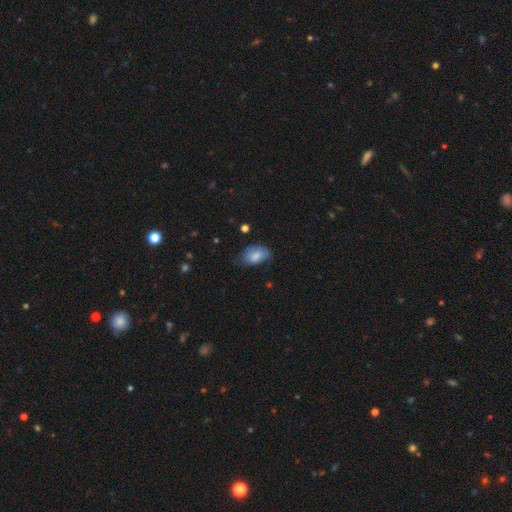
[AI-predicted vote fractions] Overall: smooth (80%). How rounded: in between (91%). Merging: none (59%; minor disturbance 33%).